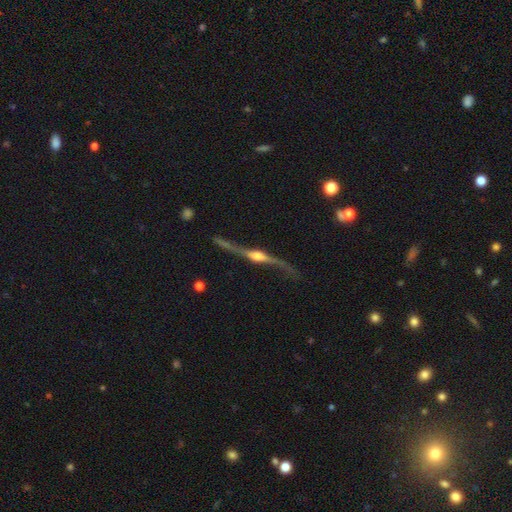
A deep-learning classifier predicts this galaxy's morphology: type=featured or disk (87%); edge-on=yes (91%); edge-on bulge=rounded (88%); merging=none (71%).